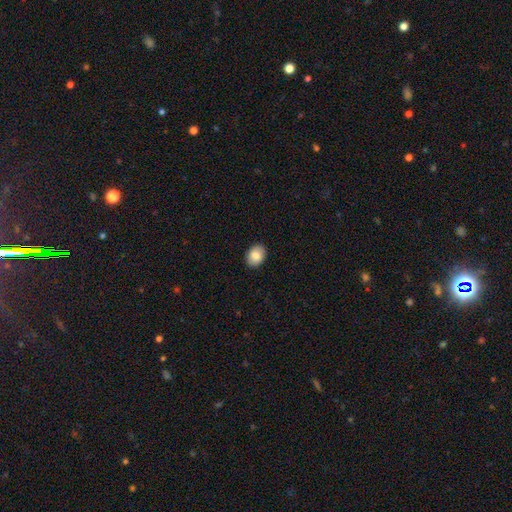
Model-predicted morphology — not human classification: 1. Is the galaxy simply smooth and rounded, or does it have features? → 85% smooth, 7% featured or disk, 7% star or artifact.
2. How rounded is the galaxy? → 70% in between, 29% round, 1% cigar-shaped.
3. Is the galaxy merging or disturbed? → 90% none, 7% minor disturbance, 2% major disturbance, 1% merger.